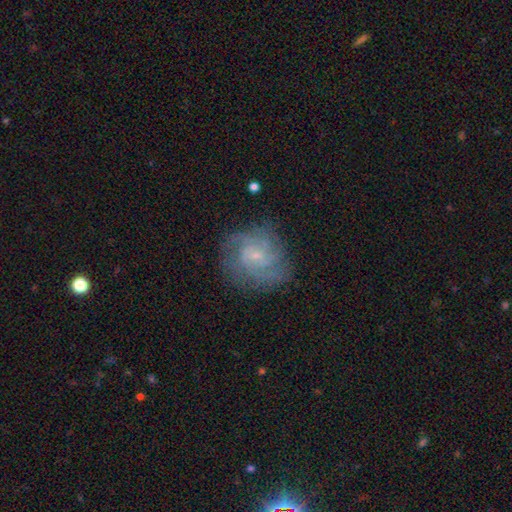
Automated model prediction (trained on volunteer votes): smooth_or_featured: featured or disk (p=0.76) [alt: smooth p=0.16]
disk_edge_on: no (p=0.98) [alt: yes p=0.02]
bar: no (p=0.54) [alt: weak p=0.40]
has_spiral_arms: yes (p=0.93) [alt: no p=0.07]
spiral_winding: tight (p=0.48) [alt: medium p=0.40]
spiral_arm_count: can't tell (p=0.33) [alt: 3 p=0.23]
bulge_size: small (p=0.75) [alt: moderate p=0.16]
merging: none (p=0.75) [alt: minor disturbance p=0.17]